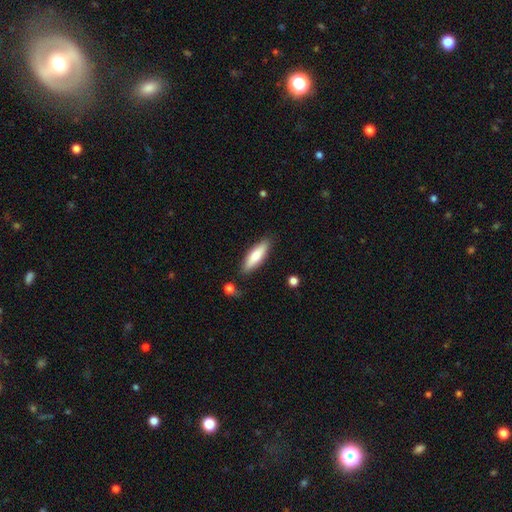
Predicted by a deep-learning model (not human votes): Smooth or featured: smooth — 75% (featured or disk — 20%)
How rounded: cigar-shaped — 55% (in between — 44%)
Merging: none — 84% (minor disturbance — 11%)